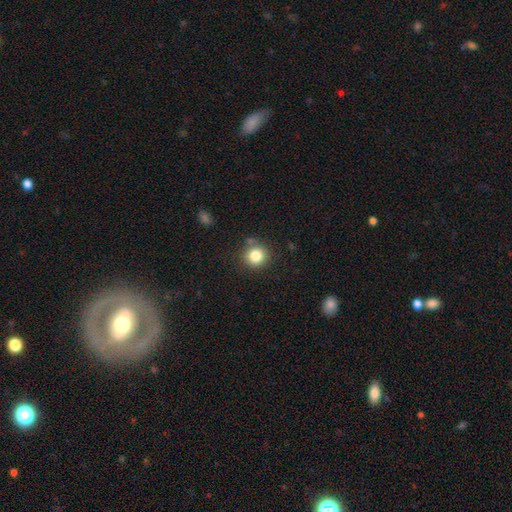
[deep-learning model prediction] This appears to be a smooth galaxy with no disk features (82%) that is round (92%). Merging: none (81%).